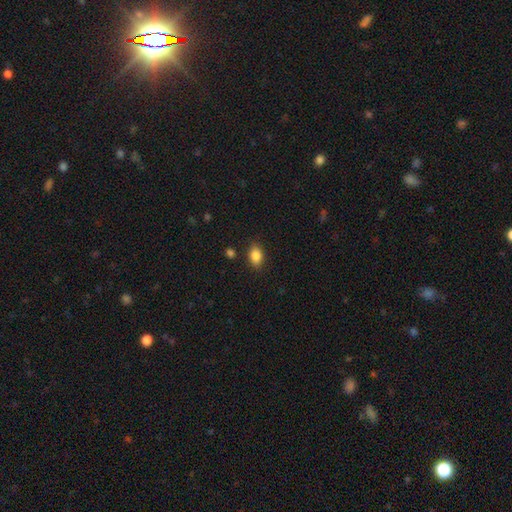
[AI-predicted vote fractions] Overall: smooth (86%). How rounded: in between (82%). Merging: none (86%).